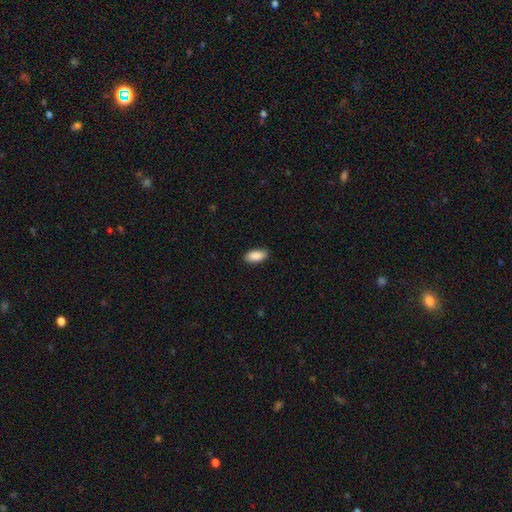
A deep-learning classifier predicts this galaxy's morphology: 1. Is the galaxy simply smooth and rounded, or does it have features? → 90% smooth, 6% star or artifact, 4% featured or disk.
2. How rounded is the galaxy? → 91% in between, 6% cigar-shaped, 2% round.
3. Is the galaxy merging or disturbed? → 89% none, 9% minor disturbance, 2% major disturbance, 1% merger.